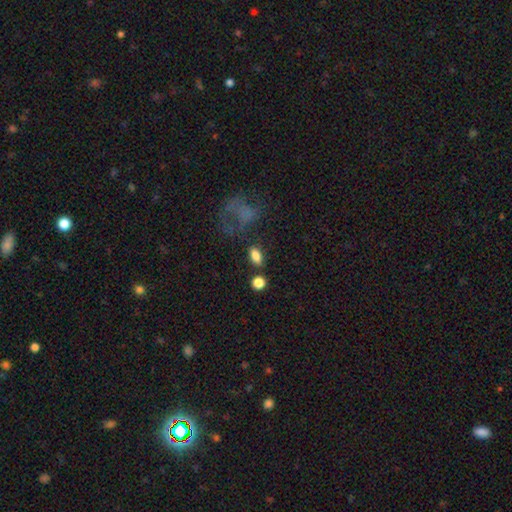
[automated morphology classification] A smooth galaxy with no disk features (84%) that is in between round and cigar-shaped (86%).

Vote fractions:
- Smooth or featured? smooth: 84% / star or artifact: 9% / featured or disk: 7%
- How rounded? in between: 86% / round: 10% / cigar-shaped: 4%
- Merging? none: 77% / minor disturbance: 11% / merger: 7% / major disturbance: 5%